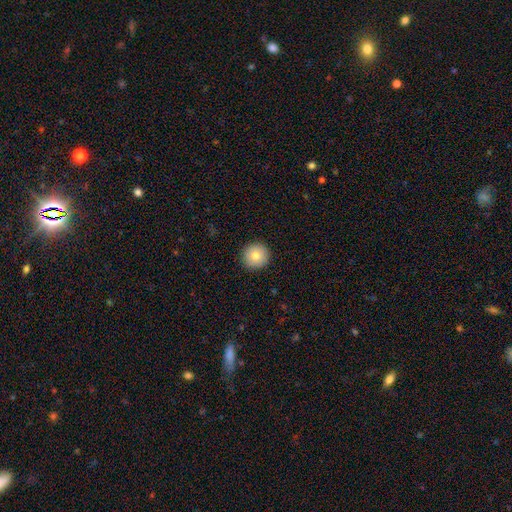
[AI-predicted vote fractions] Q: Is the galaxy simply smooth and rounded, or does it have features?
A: smooth — 82%.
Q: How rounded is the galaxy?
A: round — 96%.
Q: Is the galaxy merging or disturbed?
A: none — 92%.